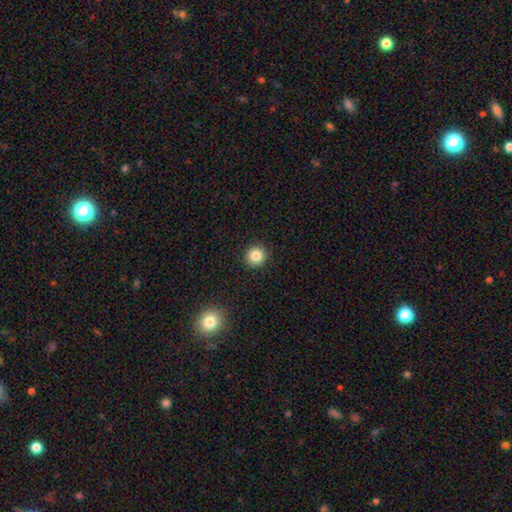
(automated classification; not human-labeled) The model was most divided on "smooth or featured": smooth: 84%, star or artifact: 11%, featured or disk: 5%. More confident: how rounded — round (95%); merging — none (92%).